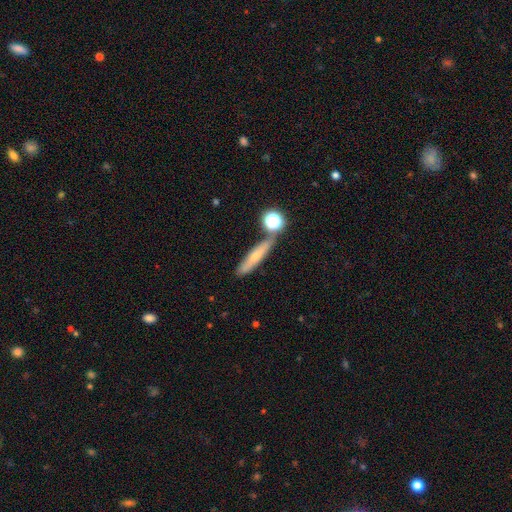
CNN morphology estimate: smooth 58%, featured or disk 31%, star or artifact 11%. Down the decision tree: how rounded — cigar-shaped (81%); merging — none (73%).